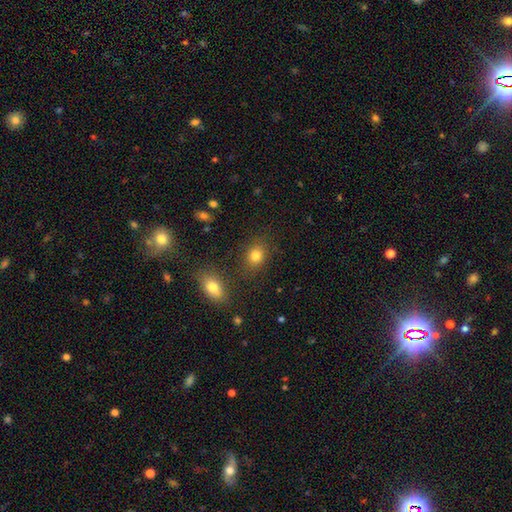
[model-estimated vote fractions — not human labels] Smooth or featured? smooth (81%)
How rounded? round (50%)
Merging? none (81%)